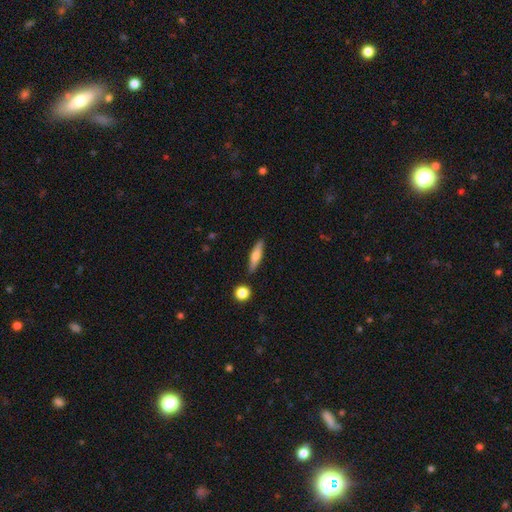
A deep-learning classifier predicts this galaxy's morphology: Q: Smooth or featured?
A: smooth (61%); runner-up: featured or disk (32%)
Q: How rounded?
A: cigar-shaped (75%); runner-up: in between (23%)
Q: Merging?
A: none (86%); runner-up: minor disturbance (9%)